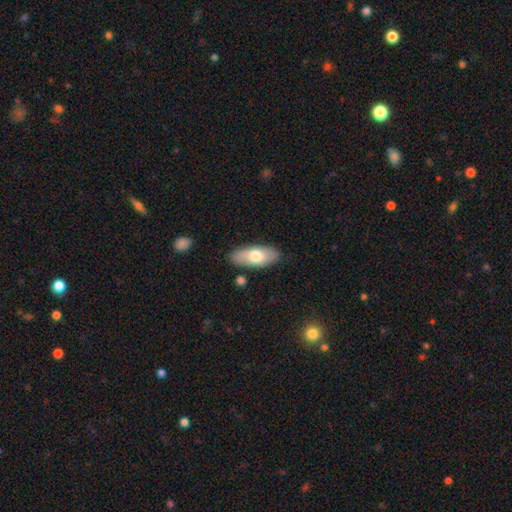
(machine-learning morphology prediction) smooth_or_featured: smooth (p=0.69) [alt: featured or disk p=0.25]
how_rounded: in between (p=0.83) [alt: cigar-shaped p=0.14]
merging: none (p=0.84) [alt: minor disturbance p=0.11]